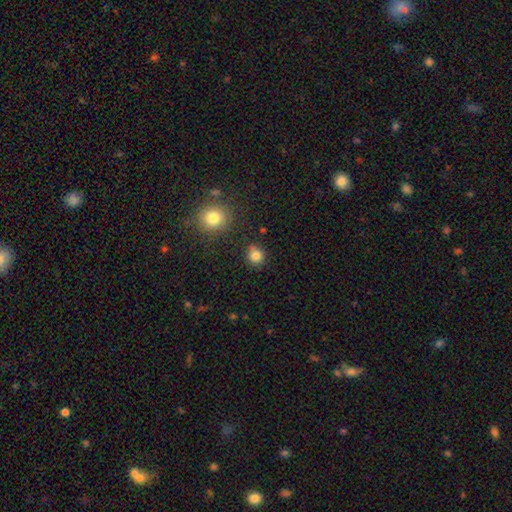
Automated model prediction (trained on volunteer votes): A smooth galaxy with no disk features (81%) that is round (86%).

Vote fractions:
- Smooth or featured? smooth: 81% / star or artifact: 13% / featured or disk: 6%
- How rounded? round: 86% / in between: 13% / cigar-shaped: 1%
- Merging? none: 81% / minor disturbance: 12% / merger: 4% / major disturbance: 3%